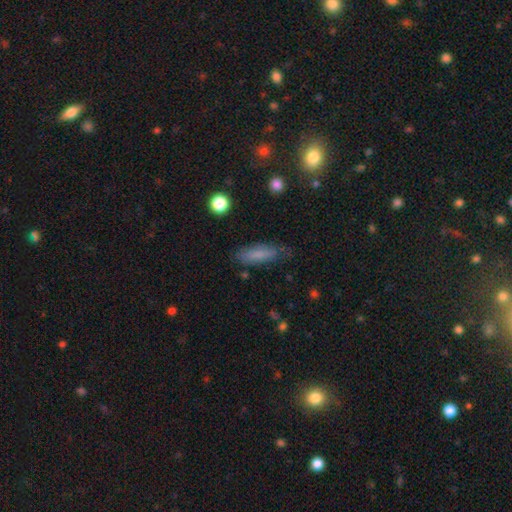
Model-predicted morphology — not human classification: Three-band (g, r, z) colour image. It shows a smooth galaxy with no disk features (64%) that is cigar-shaped (56%). Merging: none (76%).